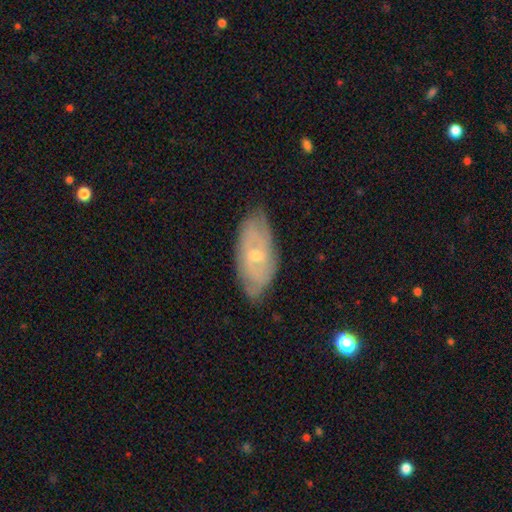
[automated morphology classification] The model was most divided on "bulge size": small: 63%, moderate: 34%, none: 1%, large: 1%, dominant: 1%. More confident: edge-on disk — no (88%); merging — none (73%); spiral arms — yes (68%); bar — no (66%); smooth or featured — featured or disk (62%).